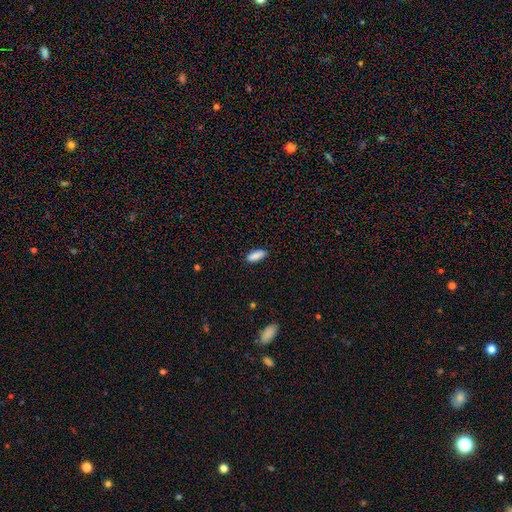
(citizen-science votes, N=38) Smooth or featured?
  - smooth: 84% *
  - featured or disk: 8%
  - star or artifact: 8%
How rounded?
  - in between: 94% *
  - cigar-shaped: 6%
  - round: 0%
Merging?
  - none: 83% *
  - minor disturbance: 14%
  - major disturbance: 3%
  - merger: 0%